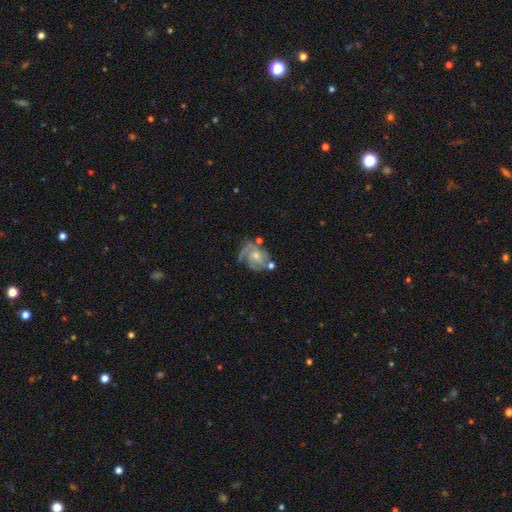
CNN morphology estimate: smooth-or-featured: featured or disk: 77% | smooth: 14% | star or artifact: 9%
  disk-edge-on: no: 97% | yes: 3%
    bar: no: 75% | weak: 21% | strong: 4%
    has-spiral-arms: yes: 90% | no: 10%
      spiral-winding: tight: 48% | medium: 39% | loose: 13%
      spiral-arm-count: 2: 33% | can't tell: 26% | 3: 21% | 1: 10% | 4: 6% | more than 4: 4%
    bulge-size: small: 47% | moderate: 45% | none: 4% | large: 3% | dominant: 1%
  merging: none: 56% | minor disturbance: 21% | major disturbance: 14% | merger: 9%